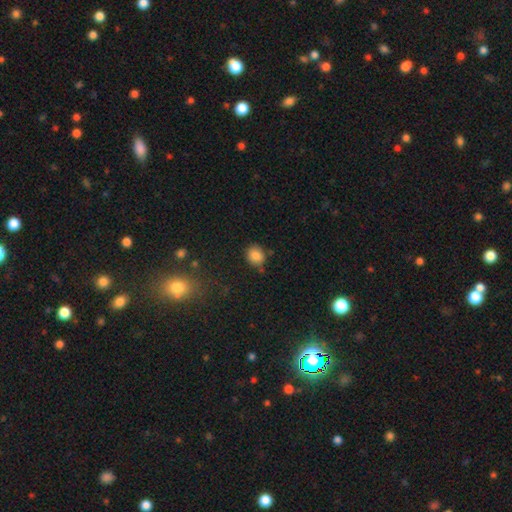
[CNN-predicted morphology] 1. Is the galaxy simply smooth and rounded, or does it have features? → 84% smooth, 11% star or artifact, 6% featured or disk.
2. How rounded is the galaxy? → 70% round, 29% in between, 1% cigar-shaped.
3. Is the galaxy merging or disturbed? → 77% none, 14% minor disturbance, 5% merger, 3% major disturbance.